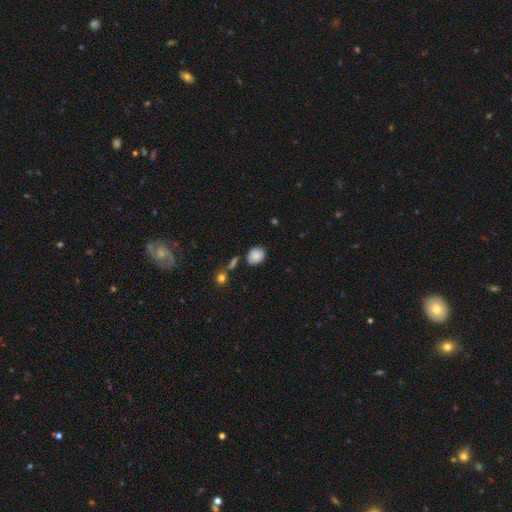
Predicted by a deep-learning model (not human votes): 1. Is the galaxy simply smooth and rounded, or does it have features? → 83% smooth, 9% star or artifact, 8% featured or disk.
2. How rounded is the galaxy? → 59% round, 40% in between, 1% cigar-shaped.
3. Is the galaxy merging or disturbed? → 69% none, 19% minor disturbance, 7% merger, 4% major disturbance.